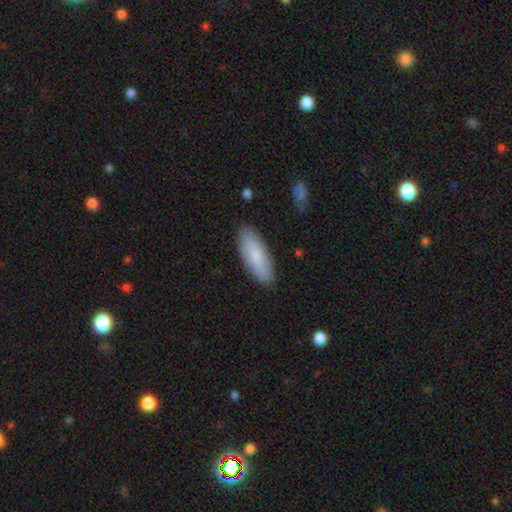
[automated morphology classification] Smooth or featured: smooth — 82% (featured or disk — 13%)
How rounded: in between — 72% (cigar-shaped — 26%)
Merging: none — 87% (minor disturbance — 10%)